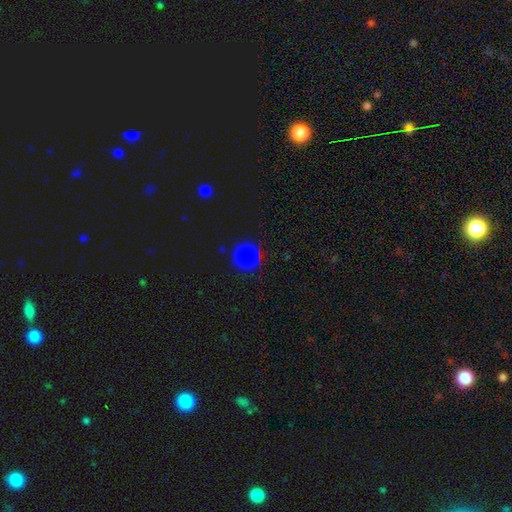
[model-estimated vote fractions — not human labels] This appears to be a smooth galaxy with no disk features (85%) that is round (94%). Merging: none (88%).